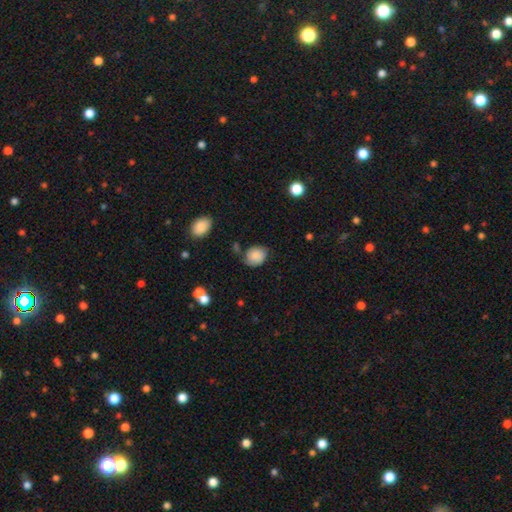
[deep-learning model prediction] This appears to be a smooth galaxy with no disk features (78%) that is round (56%). Merging: none (63%).